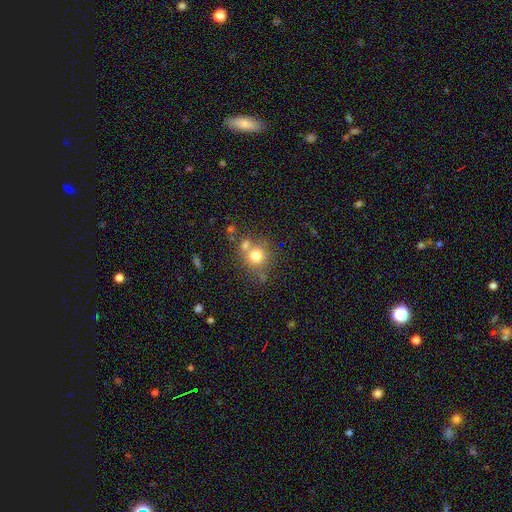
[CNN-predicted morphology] A smooth galaxy with no disk features (74%) that is round (87%).

Vote fractions:
- Smooth or featured? smooth: 74% / featured or disk: 13% / star or artifact: 13%
- How rounded? round: 87% / in between: 12% / cigar-shaped: 1%
- Merging? none: 57% / merger: 27% / minor disturbance: 11% / major disturbance: 5%